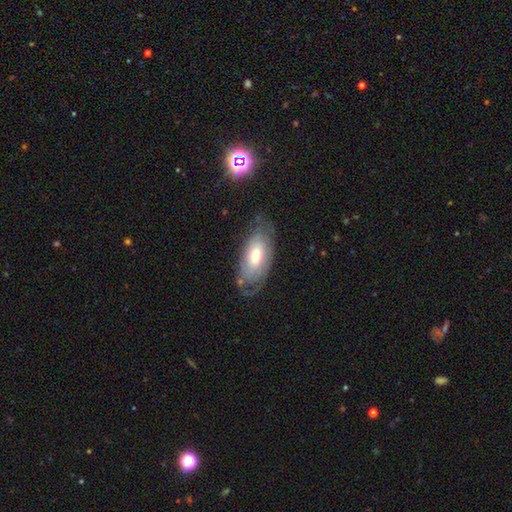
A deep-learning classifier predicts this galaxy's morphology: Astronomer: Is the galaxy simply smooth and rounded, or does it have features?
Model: featured or disk — 54% (runner-up: smooth, 40%).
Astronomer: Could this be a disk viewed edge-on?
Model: no — 88%.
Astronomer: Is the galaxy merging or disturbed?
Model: none — 62%.